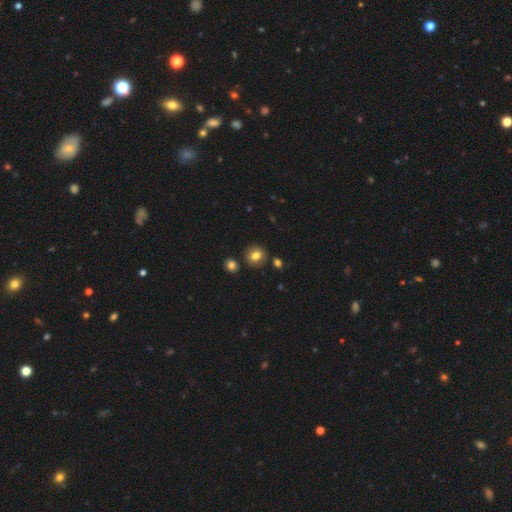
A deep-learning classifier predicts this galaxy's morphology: Smooth or featured?
  - smooth: 80% *
  - star or artifact: 11%
  - featured or disk: 9%
How rounded?
  - round: 79% *
  - in between: 20%
  - cigar-shaped: 1%
Merging?
  - none: 84% *
  - minor disturbance: 9%
  - merger: 5%
  - major disturbance: 2%